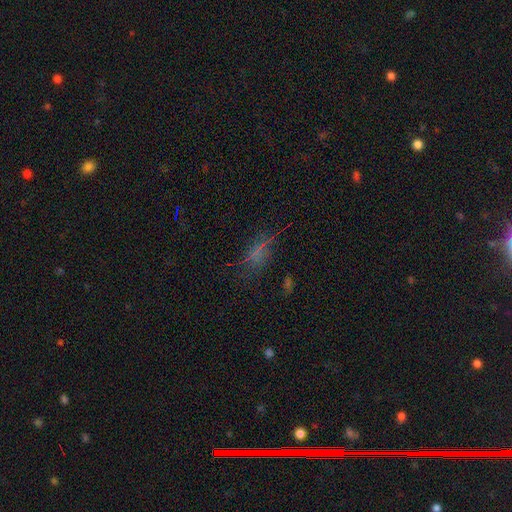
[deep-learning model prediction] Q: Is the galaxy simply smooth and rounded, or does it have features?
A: smooth — 57%.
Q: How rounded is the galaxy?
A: in between — 71%.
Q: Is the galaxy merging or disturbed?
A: none — 56%.